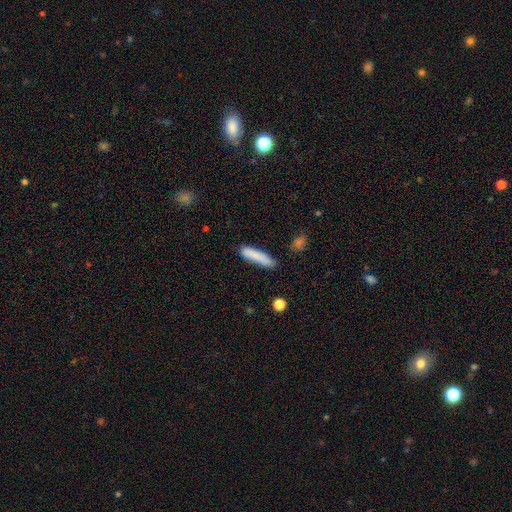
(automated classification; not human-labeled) Smooth or featured? smooth (85%)
How rounded? cigar-shaped (82%)
Merging? none (81%)